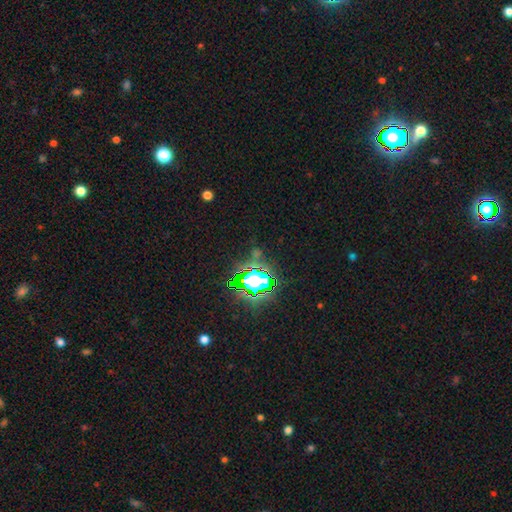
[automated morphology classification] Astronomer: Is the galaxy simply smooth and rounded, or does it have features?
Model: star or artifact — 76%.